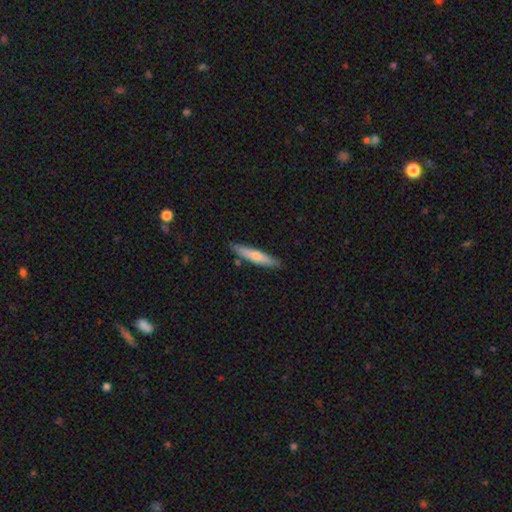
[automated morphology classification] smooth-or-featured: smooth: 54% | featured or disk: 40% | star or artifact: 6%
  how-rounded: cigar-shaped: 91% | in between: 7% | round: 1%
  merging: none: 88% | minor disturbance: 9% | merger: 2% | major disturbance: 2%